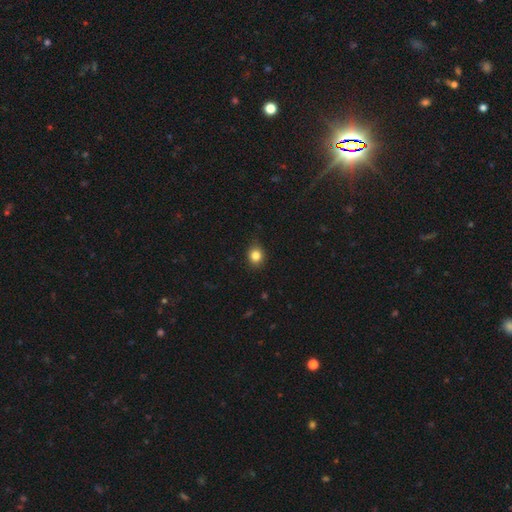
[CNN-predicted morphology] Smooth or featured? smooth (83%)
How rounded? round (69%)
Merging? none (83%)